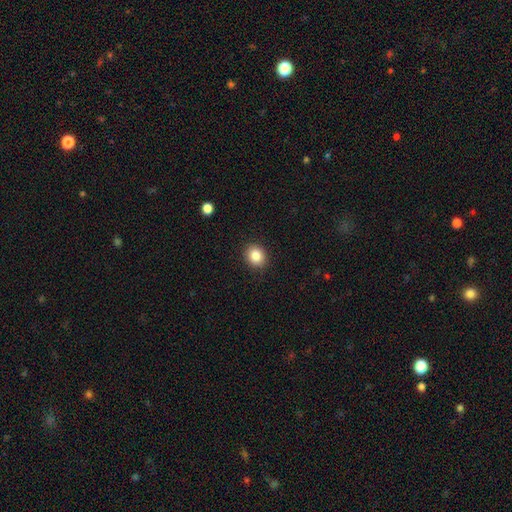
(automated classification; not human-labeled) Smooth or featured?
  - smooth: 86% *
  - star or artifact: 9%
  - featured or disk: 5%
How rounded?
  - round: 69% *
  - in between: 30%
  - cigar-shaped: 1%
Merging?
  - none: 90% *
  - minor disturbance: 7%
  - major disturbance: 2%
  - merger: 1%